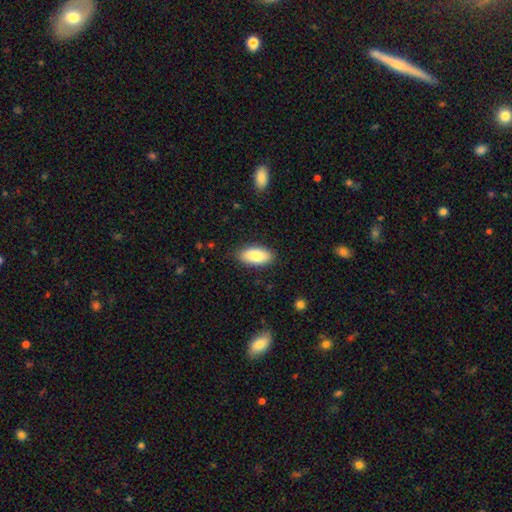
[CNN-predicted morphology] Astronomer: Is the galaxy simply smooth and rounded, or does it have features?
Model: smooth — 86%.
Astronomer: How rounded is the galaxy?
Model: in between — 90%.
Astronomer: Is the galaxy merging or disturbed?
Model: none — 86%.